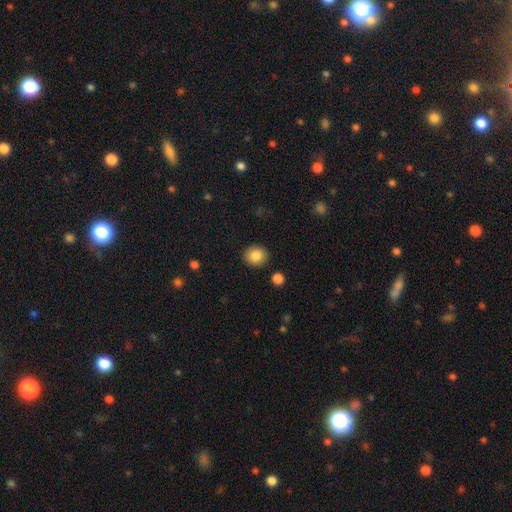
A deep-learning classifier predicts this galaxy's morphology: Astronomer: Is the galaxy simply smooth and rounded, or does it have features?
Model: smooth — 86%.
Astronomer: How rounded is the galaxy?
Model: round — 80%.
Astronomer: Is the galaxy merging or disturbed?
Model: none — 90%.